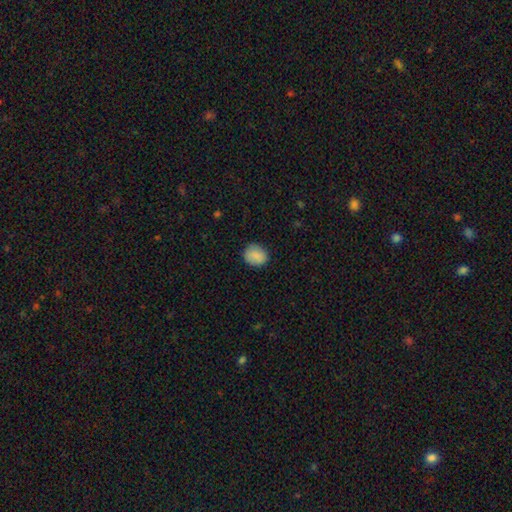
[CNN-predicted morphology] smooth_or_featured: smooth (p=0.88) [alt: star or artifact p=0.08]
how_rounded: round (p=0.69) [alt: in between p=0.30]
merging: none (p=0.84) [alt: minor disturbance p=0.12]